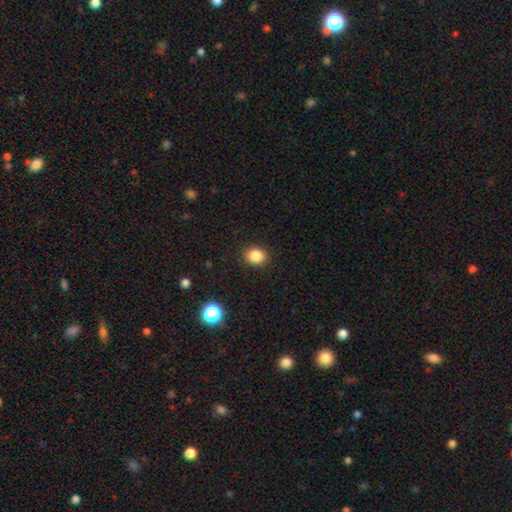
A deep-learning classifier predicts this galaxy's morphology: This appears to be a smooth galaxy with no disk features (86%) that is round (58%). Merging: none (90%).